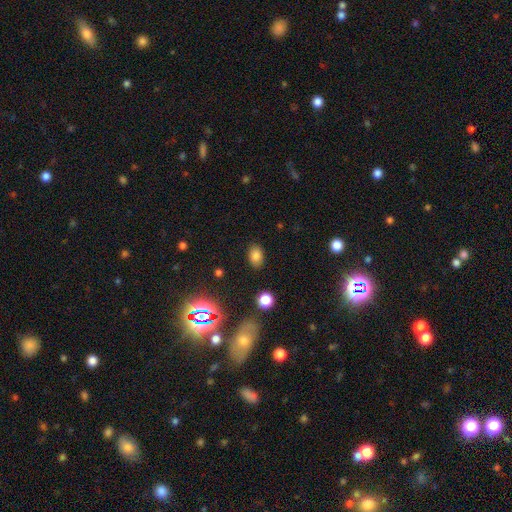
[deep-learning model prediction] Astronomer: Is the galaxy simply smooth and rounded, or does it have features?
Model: smooth — 79%.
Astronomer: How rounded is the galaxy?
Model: in between — 79%.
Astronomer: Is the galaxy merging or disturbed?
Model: none — 85%.